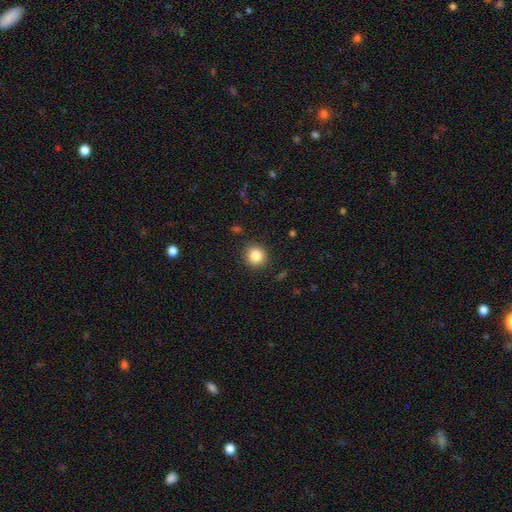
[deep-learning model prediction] Q: Smooth or featured?
A: smooth (84%); runner-up: star or artifact (10%)
Q: How rounded?
A: round (92%); runner-up: in between (7%)
Q: Merging?
A: none (91%); runner-up: minor disturbance (6%)